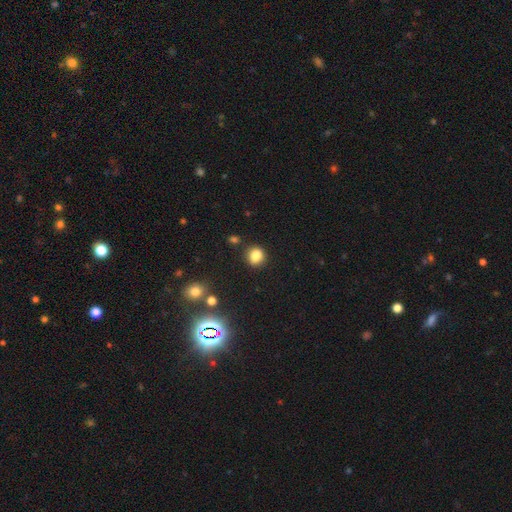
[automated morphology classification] smooth-or-featured: smooth: 84% | star or artifact: 12% | featured or disk: 5%
  how-rounded: round: 70% | in between: 29% | cigar-shaped: 1%
  merging: none: 82% | minor disturbance: 11% | merger: 4% | major disturbance: 3%